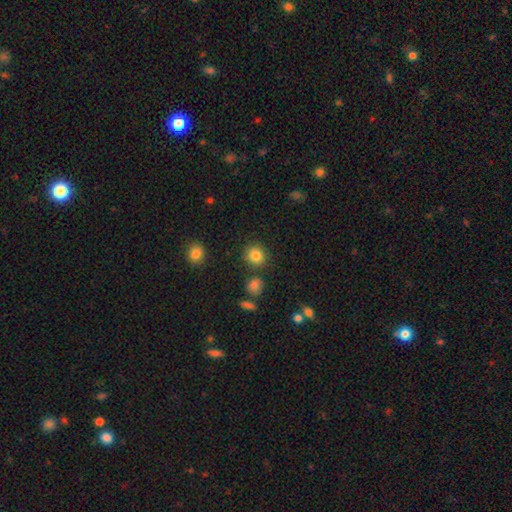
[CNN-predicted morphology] This appears to be a smooth galaxy with no disk features (83%) that is round (86%). Merging: none (84%).